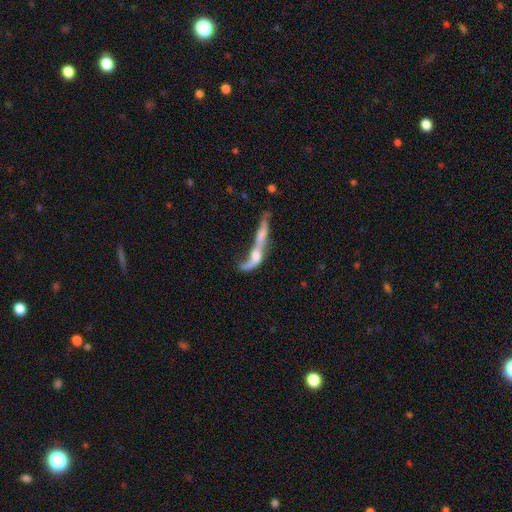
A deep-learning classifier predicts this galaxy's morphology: Smooth or featured? featured or disk (55%)
Edge-on disk? no (62%)
Merging? merger (57%)